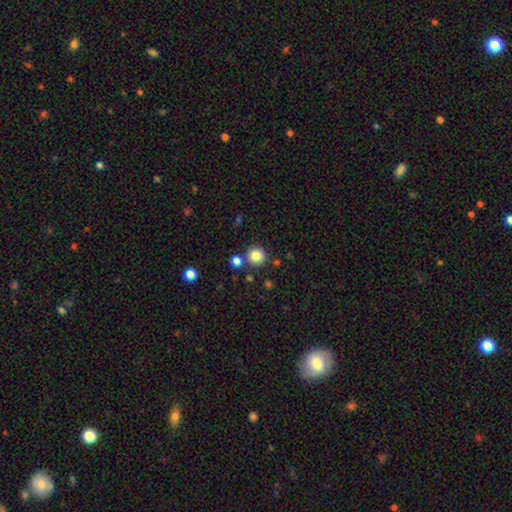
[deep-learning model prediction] Overall: smooth (83%). How rounded: round (94%). Merging: none (82%).